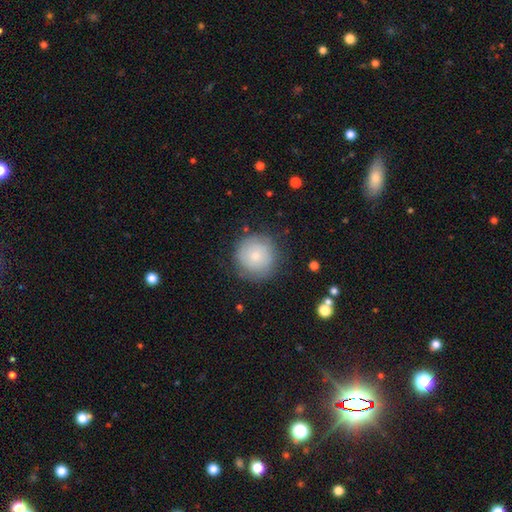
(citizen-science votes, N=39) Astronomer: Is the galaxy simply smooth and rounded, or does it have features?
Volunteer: smooth — 69%.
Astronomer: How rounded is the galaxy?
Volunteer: round — 100%.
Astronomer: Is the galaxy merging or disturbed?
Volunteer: none — 83%.